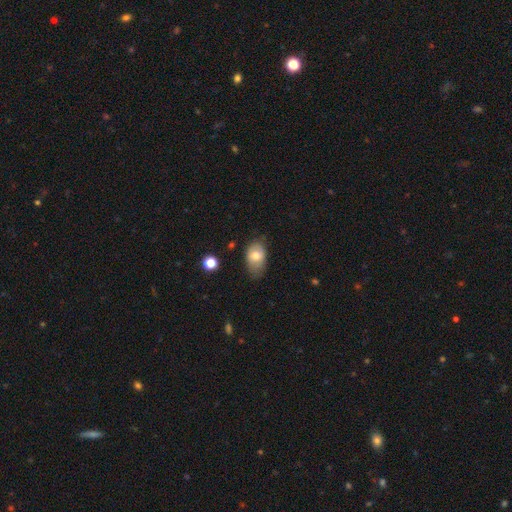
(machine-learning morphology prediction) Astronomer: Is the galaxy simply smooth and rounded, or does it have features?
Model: smooth — 73%.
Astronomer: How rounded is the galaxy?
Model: in between — 88%.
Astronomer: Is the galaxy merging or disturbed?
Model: none — 63%.